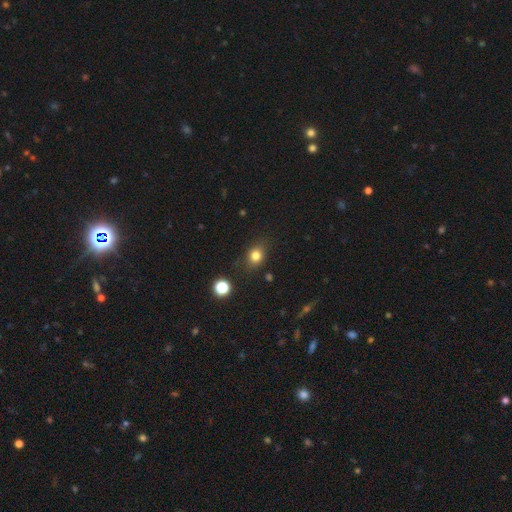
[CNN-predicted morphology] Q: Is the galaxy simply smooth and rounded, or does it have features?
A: smooth — 80%.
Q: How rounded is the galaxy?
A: round — 55%.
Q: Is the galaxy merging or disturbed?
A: none — 81%.